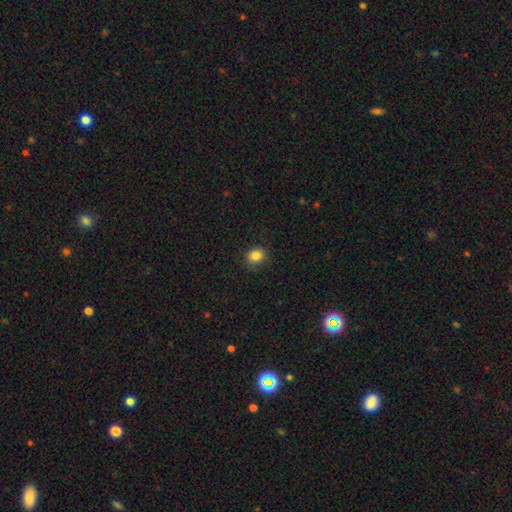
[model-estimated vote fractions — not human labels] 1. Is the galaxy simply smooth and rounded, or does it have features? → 85% smooth, 11% star or artifact, 4% featured or disk.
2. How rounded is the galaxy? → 72% round, 27% in between, 1% cigar-shaped.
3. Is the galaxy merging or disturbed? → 86% none, 10% minor disturbance, 2% major disturbance, 1% merger.